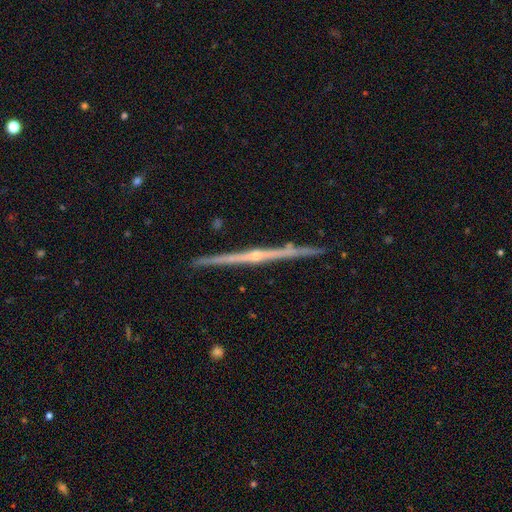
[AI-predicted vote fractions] Smooth or featured? Predicted: featured or disk (p=0.86). Edge-on disk? Predicted: yes (p=0.99). Edge-on bulge? Predicted: rounded (p=0.76). Merging? Predicted: none (p=0.91).